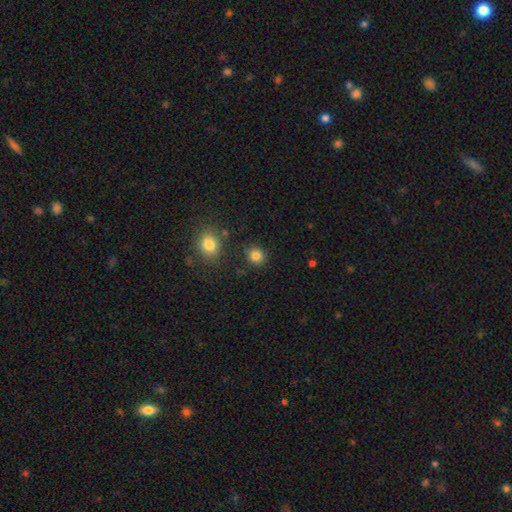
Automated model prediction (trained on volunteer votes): This appears to be a smooth galaxy with no disk features (84%) that is round (83%). Merging: none (86%).